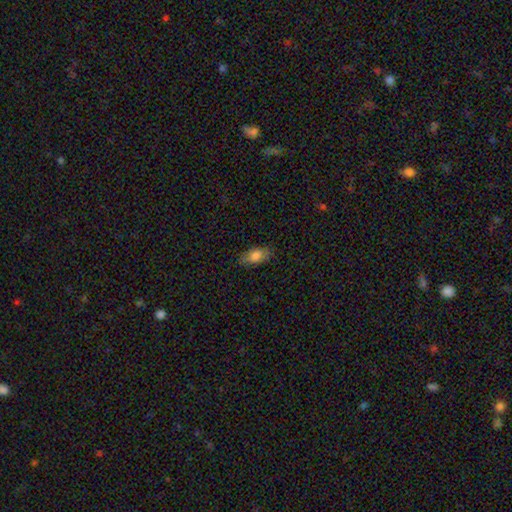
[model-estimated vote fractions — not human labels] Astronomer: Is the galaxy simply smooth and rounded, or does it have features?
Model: smooth — 81%.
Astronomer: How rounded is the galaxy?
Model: in between — 89%.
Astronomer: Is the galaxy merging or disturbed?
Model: none — 81%.